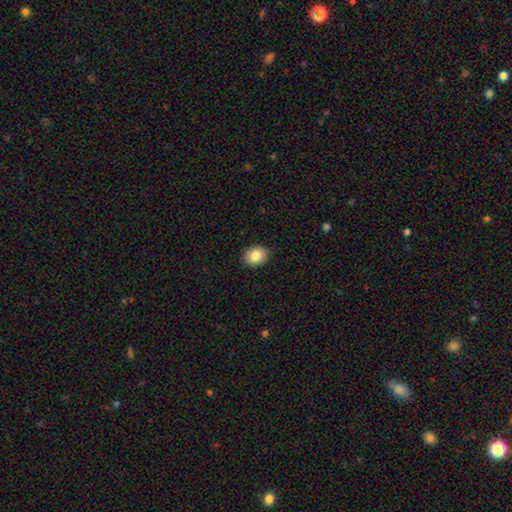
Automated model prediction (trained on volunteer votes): smooth-or-featured: smooth: 84% | star or artifact: 9% | featured or disk: 7%
  how-rounded: round: 58% | in between: 41% | cigar-shaped: 1%
  merging: none: 90% | minor disturbance: 8% | major disturbance: 2% | merger: 1%